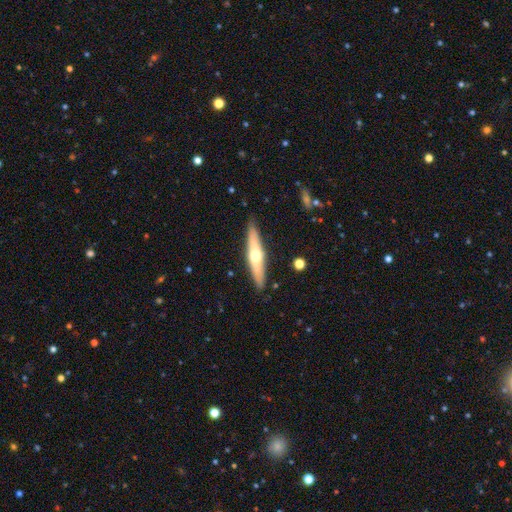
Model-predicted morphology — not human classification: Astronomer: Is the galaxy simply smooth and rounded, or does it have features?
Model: featured or disk — 56% (runner-up: smooth, 38%).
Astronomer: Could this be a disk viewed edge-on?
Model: yes — 91%.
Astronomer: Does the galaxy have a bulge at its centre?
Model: rounded — 91%.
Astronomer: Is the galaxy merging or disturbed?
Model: none — 88%.